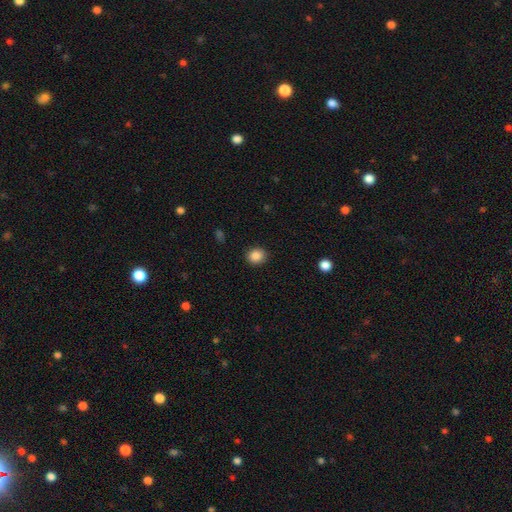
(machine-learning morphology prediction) Smooth or featured? smooth (87%)
How rounded? round (79%)
Merging? none (90%)